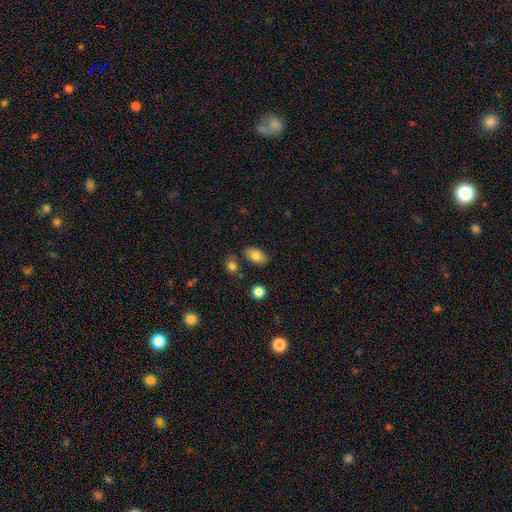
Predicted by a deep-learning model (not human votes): Smooth or featured: smooth — 81% (featured or disk — 11%)
How rounded: in between — 90% (round — 9%)
Merging: none — 76% (minor disturbance — 14%)